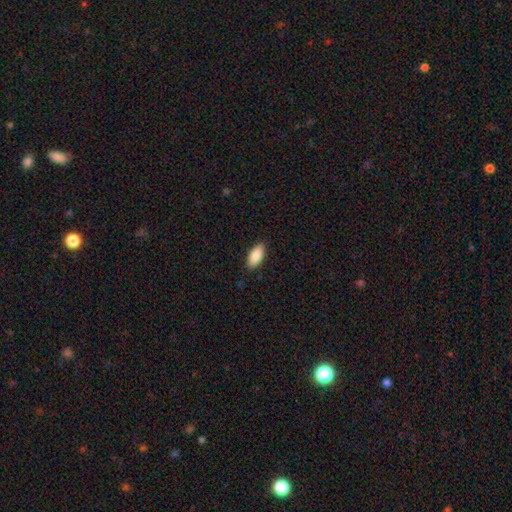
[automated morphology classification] Overall: smooth (89%). How rounded: in between (90%). Merging: none (89%).